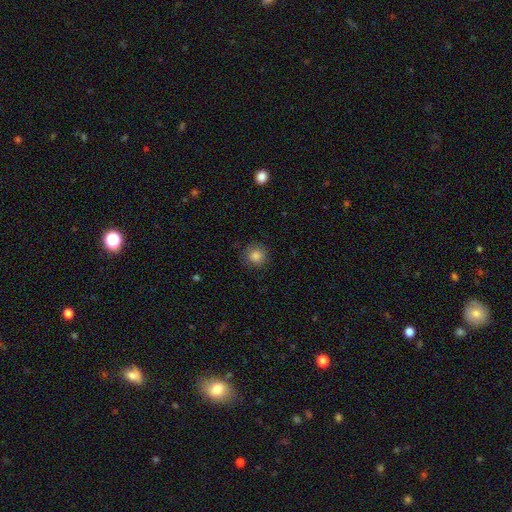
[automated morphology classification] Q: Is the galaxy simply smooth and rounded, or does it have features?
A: smooth — 85%.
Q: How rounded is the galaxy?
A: round — 93%.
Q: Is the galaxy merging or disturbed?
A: none — 85%.